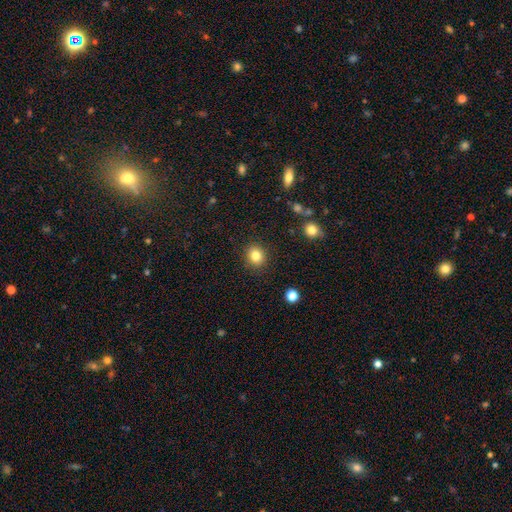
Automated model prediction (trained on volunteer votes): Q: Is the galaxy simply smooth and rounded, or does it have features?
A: smooth — 83%.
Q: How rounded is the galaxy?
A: round — 79%.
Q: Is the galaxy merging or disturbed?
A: none — 89%.